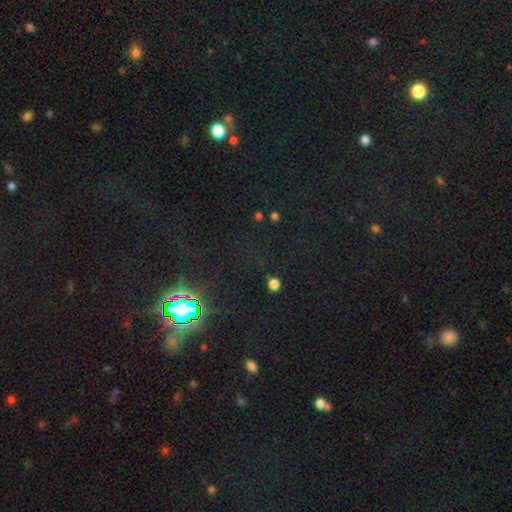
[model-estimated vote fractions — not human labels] smooth_or_featured: star or artifact (p=0.78) [alt: smooth p=0.14]